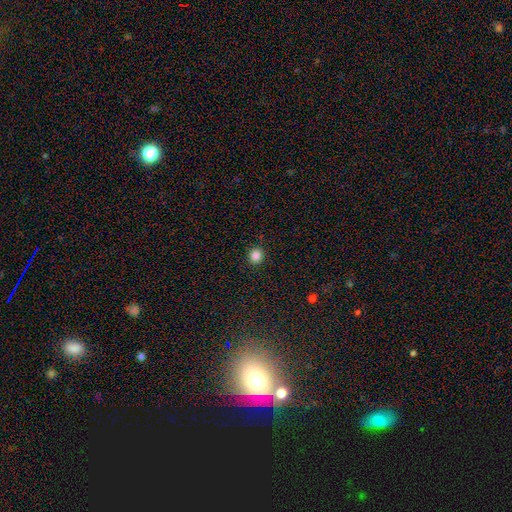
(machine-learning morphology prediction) The model was most divided on "smooth or featured": smooth: 85%, star or artifact: 11%, featured or disk: 3%. More confident: merging — none (92%); how rounded — round (90%).